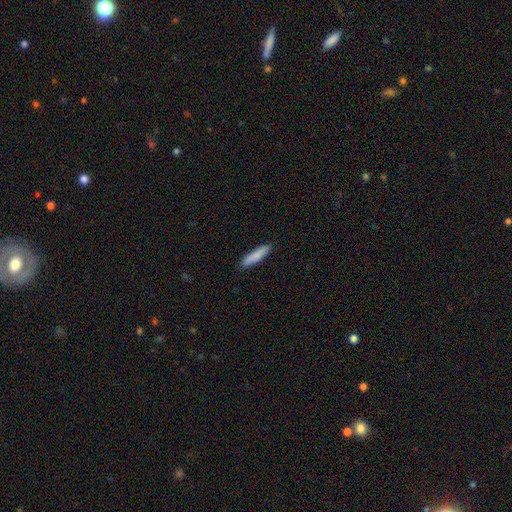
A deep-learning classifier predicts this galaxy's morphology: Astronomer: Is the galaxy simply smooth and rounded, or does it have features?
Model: smooth — 84%.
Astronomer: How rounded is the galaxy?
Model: cigar-shaped — 83%.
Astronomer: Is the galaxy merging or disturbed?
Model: none — 87%.